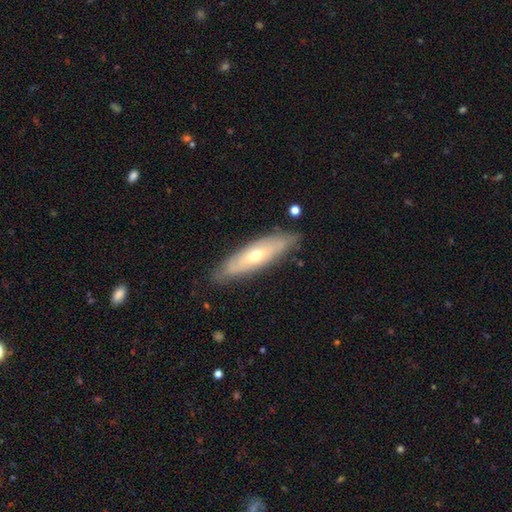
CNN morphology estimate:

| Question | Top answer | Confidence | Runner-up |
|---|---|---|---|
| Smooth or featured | featured or disk | 57% | smooth (37%) |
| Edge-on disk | no | 60% | yes (40%) |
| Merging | none | 78% | minor disturbance (17%) |